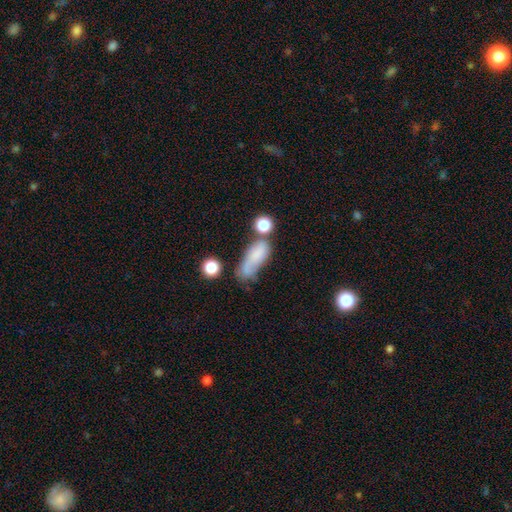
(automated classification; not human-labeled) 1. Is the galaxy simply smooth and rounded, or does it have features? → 66% smooth, 22% featured or disk, 11% star or artifact.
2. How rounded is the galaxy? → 69% in between, 25% cigar-shaped, 7% round.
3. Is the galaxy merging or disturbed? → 33% none, 25% minor disturbance, 22% merger, 20% major disturbance.